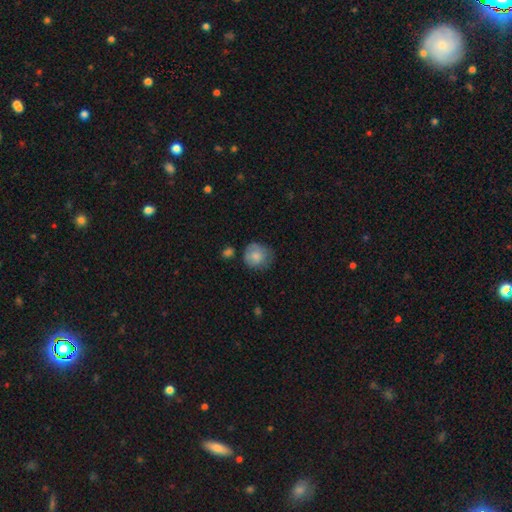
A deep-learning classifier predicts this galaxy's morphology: Q: Smooth or featured?
A: smooth (79%); runner-up: featured or disk (14%)
Q: How rounded?
A: round (83%); runner-up: in between (16%)
Q: Merging?
A: none (59%); runner-up: minor disturbance (28%)